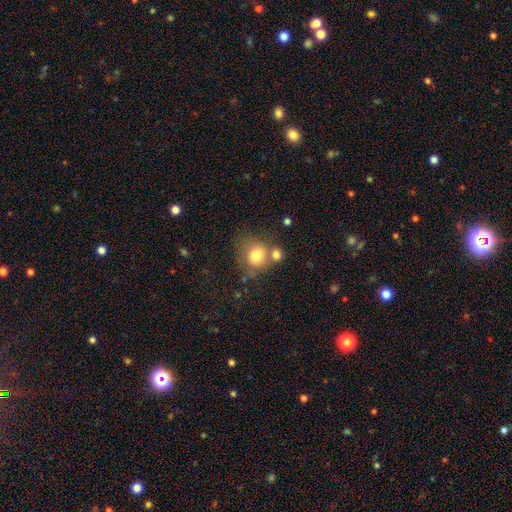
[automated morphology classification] smooth_or_featured: smooth (p=0.76) [alt: featured or disk p=0.13]
how_rounded: round (p=0.81) [alt: in between p=0.18]
merging: none (p=0.50) [alt: merger p=0.31]